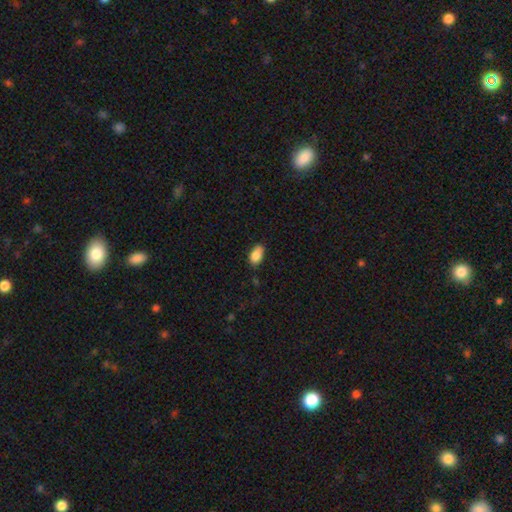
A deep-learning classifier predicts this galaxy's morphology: A smooth galaxy with no disk features (85%) that is in between round and cigar-shaped (91%).

Vote fractions:
- Smooth or featured? smooth: 85% / star or artifact: 8% / featured or disk: 7%
- How rounded? in between: 91% / round: 6% / cigar-shaped: 4%
- Merging? none: 69% / minor disturbance: 24% / major disturbance: 4% / merger: 3%